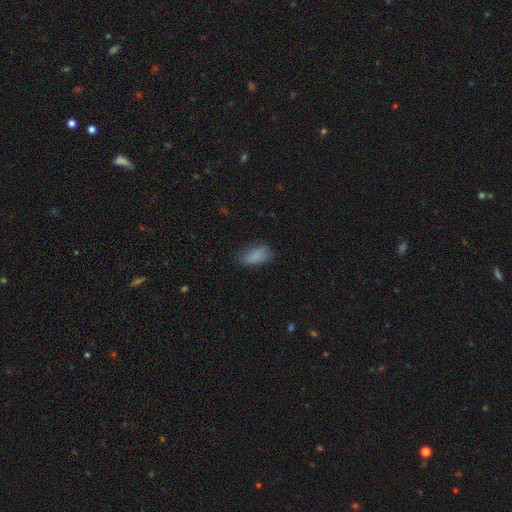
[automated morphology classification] smooth-or-featured: smooth: 84% | star or artifact: 8% | featured or disk: 7%
  how-rounded: in between: 91% | cigar-shaped: 5% | round: 4%
  merging: none: 67% | minor disturbance: 25% | major disturbance: 7% | merger: 1%